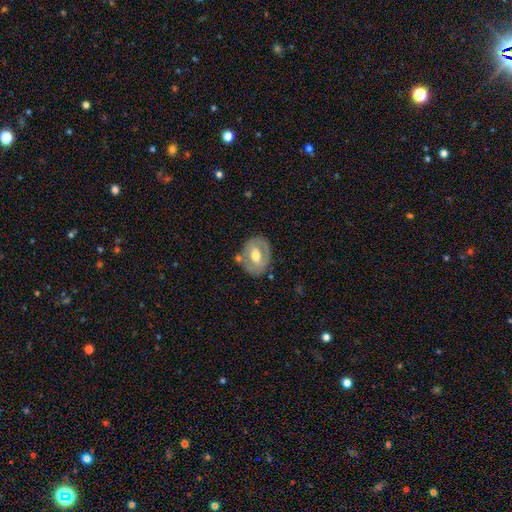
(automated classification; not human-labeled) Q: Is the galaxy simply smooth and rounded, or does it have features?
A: featured or disk — 57%.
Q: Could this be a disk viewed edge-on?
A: no — 93%.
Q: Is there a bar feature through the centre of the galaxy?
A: no — 43%.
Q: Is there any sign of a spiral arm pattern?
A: no — 67%.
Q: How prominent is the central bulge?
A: moderate — 72%.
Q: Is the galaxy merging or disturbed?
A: none — 71%.